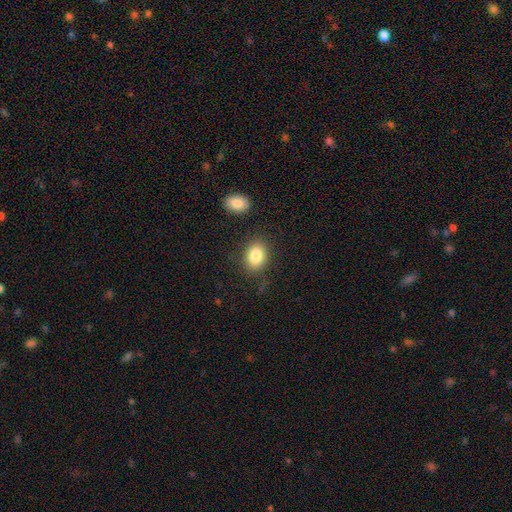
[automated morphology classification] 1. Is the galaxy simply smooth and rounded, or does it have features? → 85% smooth, 8% star or artifact, 7% featured or disk.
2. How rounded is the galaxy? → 67% in between, 32% round, 1% cigar-shaped.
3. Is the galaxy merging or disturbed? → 80% none, 12% minor disturbance, 4% major disturbance, 4% merger.